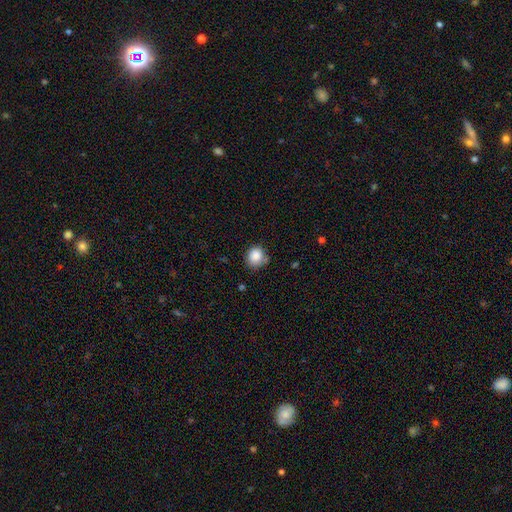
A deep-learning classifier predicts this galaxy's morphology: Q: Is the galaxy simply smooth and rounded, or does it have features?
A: smooth — 87%.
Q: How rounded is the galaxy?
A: round — 76%.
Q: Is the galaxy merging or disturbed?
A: none — 70%.